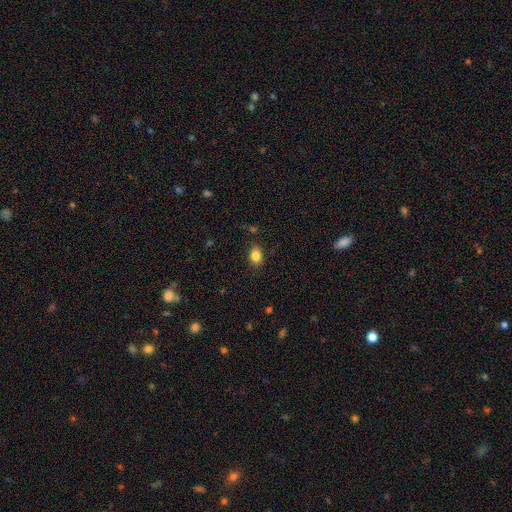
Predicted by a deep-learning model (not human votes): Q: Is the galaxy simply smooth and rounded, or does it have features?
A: smooth — 84%.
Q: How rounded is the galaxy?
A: in between — 65%.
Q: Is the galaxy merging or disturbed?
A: none — 83%.